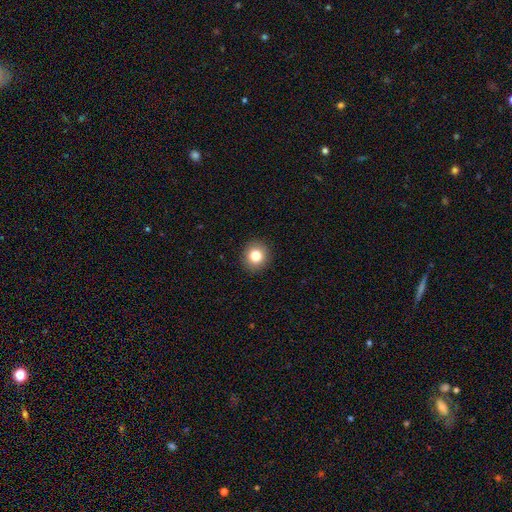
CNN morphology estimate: This is clearly a smooth galaxy (83%). How rounded: clearly round (88%). Merging: clearly none (92%).